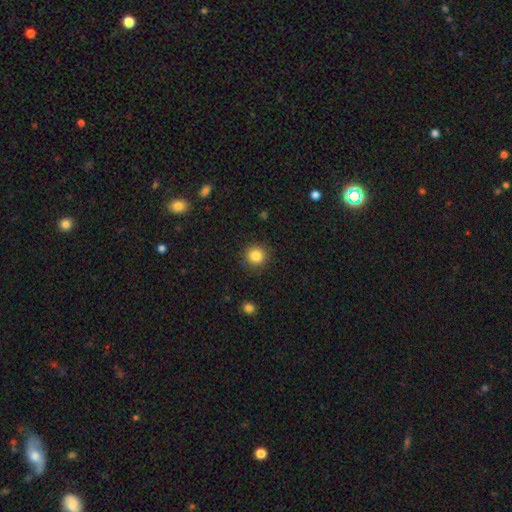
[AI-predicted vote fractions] Smooth or featured?
  - smooth: 85% *
  - star or artifact: 11%
  - featured or disk: 5%
How rounded?
  - round: 93% *
  - in between: 6%
  - cigar-shaped: 1%
Merging?
  - none: 89% *
  - minor disturbance: 7%
  - major disturbance: 3%
  - merger: 1%